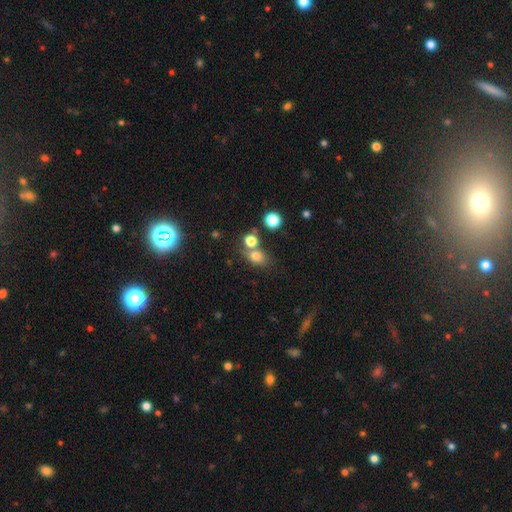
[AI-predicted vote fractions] Smooth or featured? smooth (75%)
How rounded? in between (50%)
Merging? none (55%)